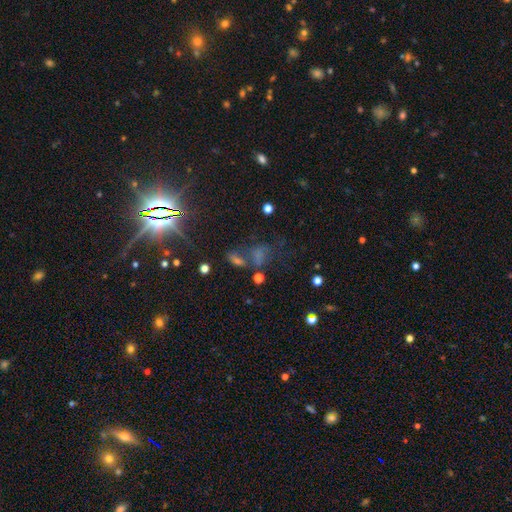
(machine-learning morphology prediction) This appears to be a star or artifact, not a galaxy (61%).